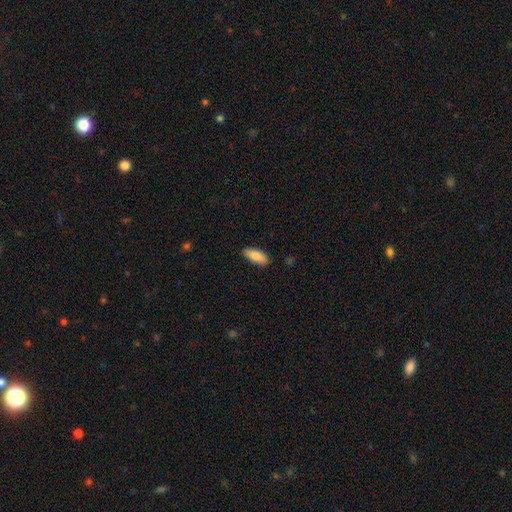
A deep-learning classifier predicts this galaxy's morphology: The model was most divided on "how rounded": in between: 79%, cigar-shaped: 19%, round: 2%. More confident: merging — none (85%); smooth or featured — smooth (82%).